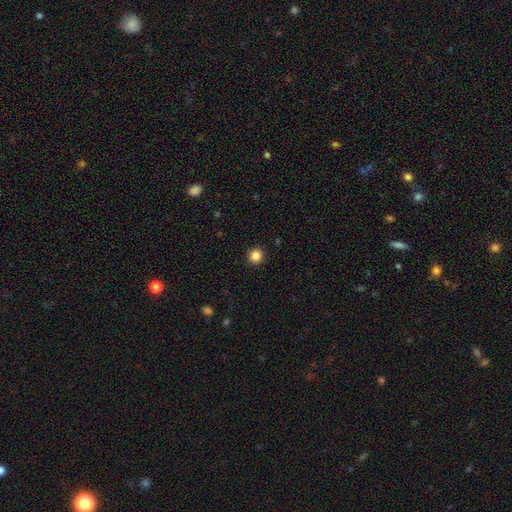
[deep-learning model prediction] Q: Smooth or featured?
A: smooth (85%); runner-up: star or artifact (11%)
Q: How rounded?
A: round (94%); runner-up: in between (6%)
Q: Merging?
A: none (93%); runner-up: minor disturbance (5%)